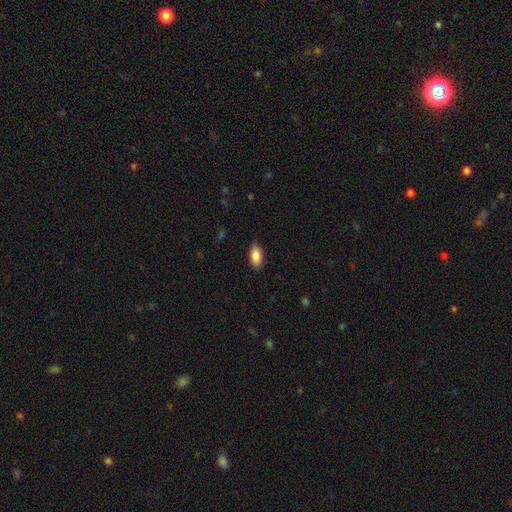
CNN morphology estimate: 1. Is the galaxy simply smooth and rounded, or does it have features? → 88% smooth, 7% star or artifact, 6% featured or disk.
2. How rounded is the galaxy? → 92% in between, 5% cigar-shaped, 3% round.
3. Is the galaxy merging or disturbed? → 84% none, 12% minor disturbance, 2% major disturbance, 1% merger.